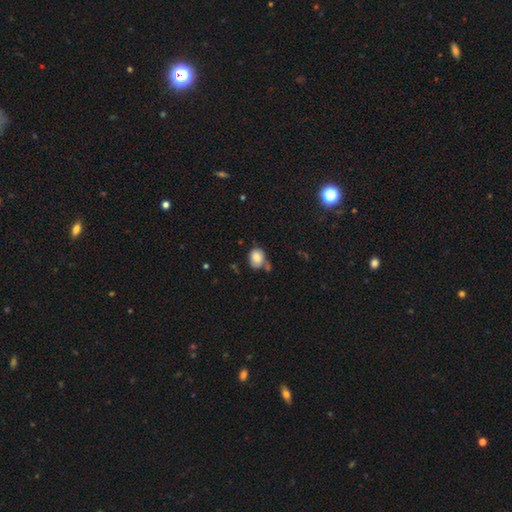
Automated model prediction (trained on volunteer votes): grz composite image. It shows a smooth galaxy with no disk features (82%) that is round (50%). Merging: none (48%).